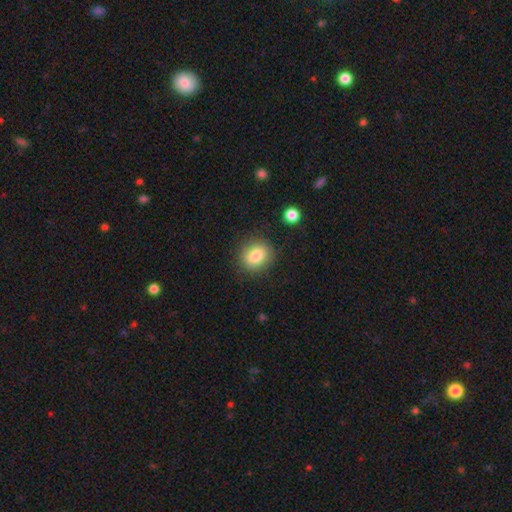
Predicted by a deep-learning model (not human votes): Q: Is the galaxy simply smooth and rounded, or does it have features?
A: smooth — 84%.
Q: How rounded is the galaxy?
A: round — 63%.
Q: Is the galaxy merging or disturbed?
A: none — 85%.